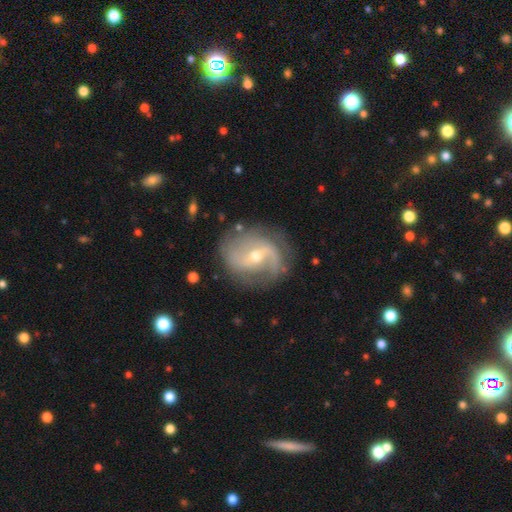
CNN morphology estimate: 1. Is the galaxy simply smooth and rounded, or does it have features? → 84% featured or disk, 9% smooth, 7% star or artifact.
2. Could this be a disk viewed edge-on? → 97% no, 3% yes.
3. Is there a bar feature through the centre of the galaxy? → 49% weak, 29% no, 21% strong.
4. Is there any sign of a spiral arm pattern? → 93% yes, 7% no.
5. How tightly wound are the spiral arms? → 42% medium, 38% loose, 20% tight.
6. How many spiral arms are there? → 75% 2, 9% can't tell, 8% 1, 4% 3, 2% 4, 2% more than 4.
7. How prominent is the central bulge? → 51% moderate, 45% small, 2% large, 1% none, 1% dominant.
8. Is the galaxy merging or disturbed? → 73% none, 17% minor disturbance, 8% major disturbance, 2% merger.